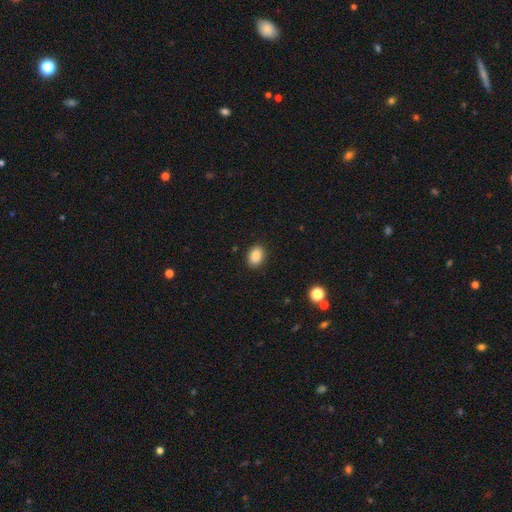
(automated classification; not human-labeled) smooth_or_featured: smooth (p=0.87) [alt: star or artifact p=0.08]
how_rounded: in between (p=0.77) [alt: round p=0.22]
merging: none (p=0.89) [alt: minor disturbance p=0.08]